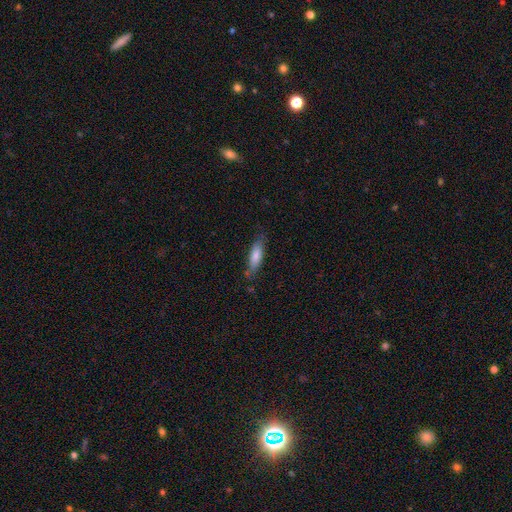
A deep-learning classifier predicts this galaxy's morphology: smooth-or-featured: smooth: 77% | featured or disk: 17% | star or artifact: 6%
  how-rounded: in between: 50% | cigar-shaped: 48% | round: 2%
  merging: none: 71% | minor disturbance: 22% | major disturbance: 5% | merger: 3%